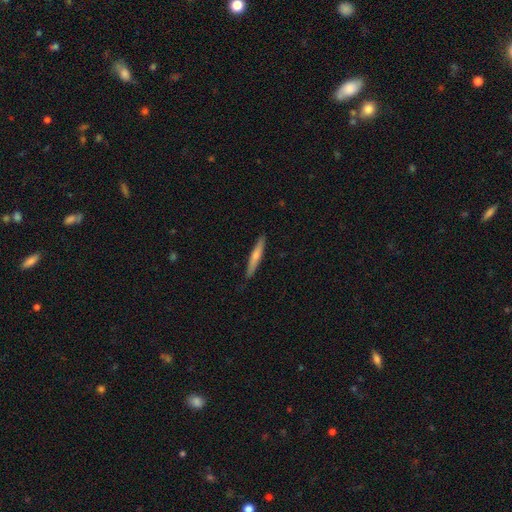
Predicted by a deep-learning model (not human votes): Overall: smooth (61%; featured or disk 34%). How rounded: cigar-shaped (93%). Merging: none (88%).